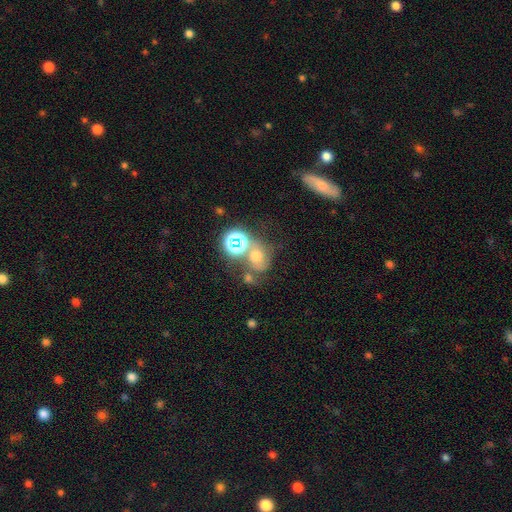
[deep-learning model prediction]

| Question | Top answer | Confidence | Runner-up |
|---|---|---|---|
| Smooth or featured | smooth | 43% | star or artifact (32%) |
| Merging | none | 40% | merger (32%) |